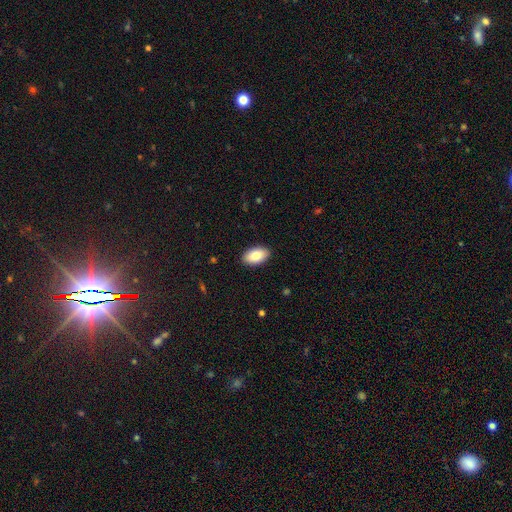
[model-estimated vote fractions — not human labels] The model was most divided on "smooth or featured": smooth: 83%, featured or disk: 11%, star or artifact: 6%. More confident: how rounded — in between (95%); merging — none (90%).